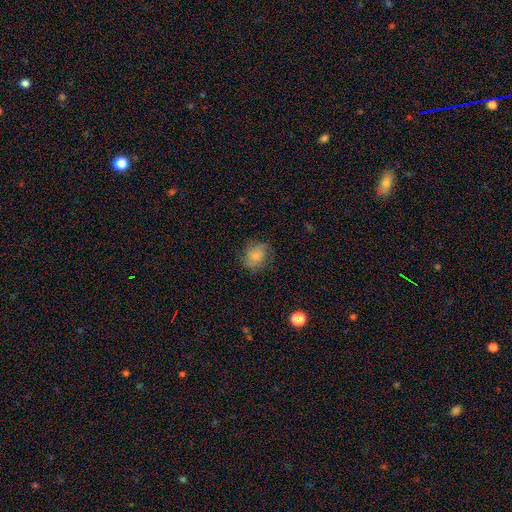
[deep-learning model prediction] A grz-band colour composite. It shows a smooth galaxy with no disk features (73%) that is round (50%). Merging: none (71%).